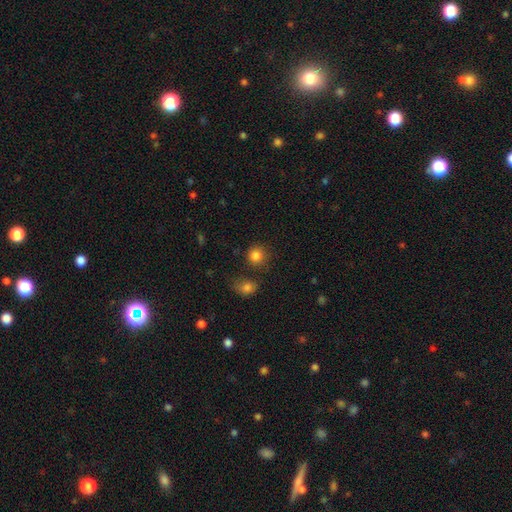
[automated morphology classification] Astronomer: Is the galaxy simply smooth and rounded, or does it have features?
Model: smooth — 84%.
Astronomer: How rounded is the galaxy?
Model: round — 89%.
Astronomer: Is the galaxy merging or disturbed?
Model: none — 74%.